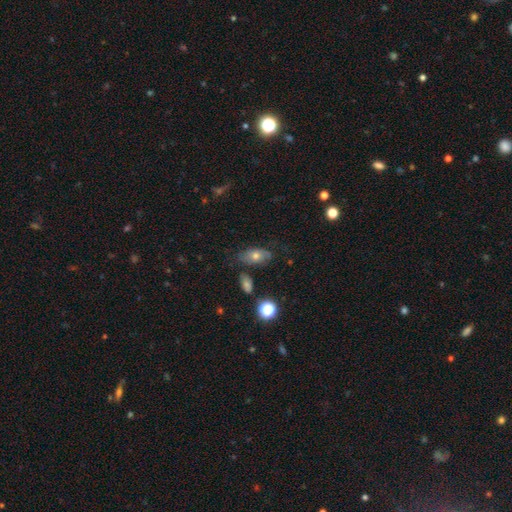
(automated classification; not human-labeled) A smooth galaxy with no disk features (55%) that is in between round and cigar-shaped (86%). Merging: none (66%).